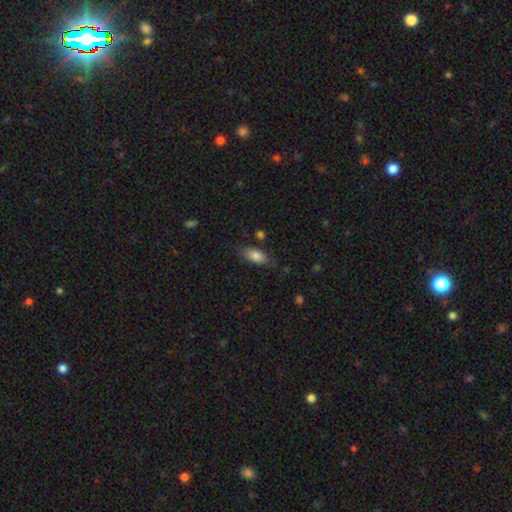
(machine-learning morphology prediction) Smooth or featured? Predicted: smooth (p=0.82). How rounded? Predicted: in between (p=0.85). Merging? Predicted: none (p=0.74).